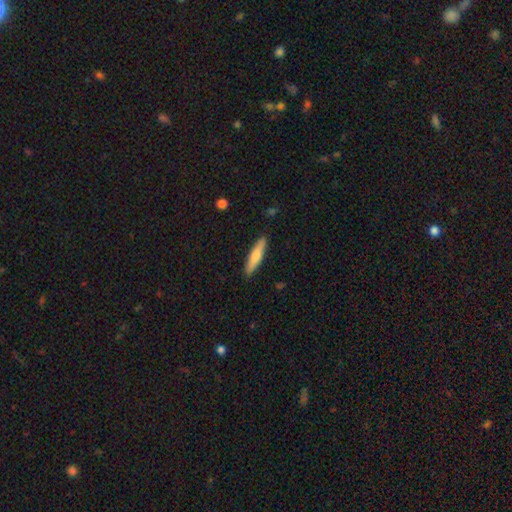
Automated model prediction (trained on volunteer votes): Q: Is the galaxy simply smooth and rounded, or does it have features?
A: smooth — 66%.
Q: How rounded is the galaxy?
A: cigar-shaped — 84%.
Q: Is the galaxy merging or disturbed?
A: none — 90%.